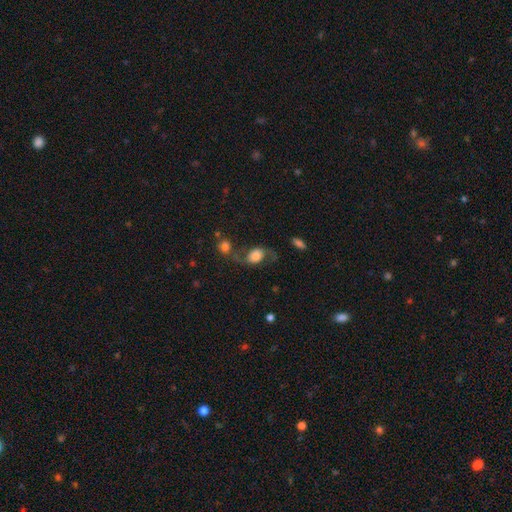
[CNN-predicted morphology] featured or disk 55%, smooth 35%, star or artifact 10%. Down the decision tree: edge-on disk — no (96%); bar — no (68%); spiral arms — yes (89%); bulge size — large (45%); merging — none (49%).